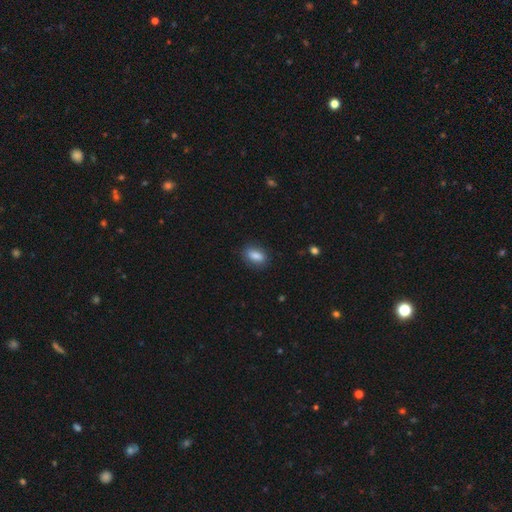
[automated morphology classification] Q: Smooth or featured?
A: smooth (85%); runner-up: star or artifact (7%)
Q: How rounded?
A: in between (85%); runner-up: round (8%)
Q: Merging?
A: none (83%); runner-up: minor disturbance (12%)